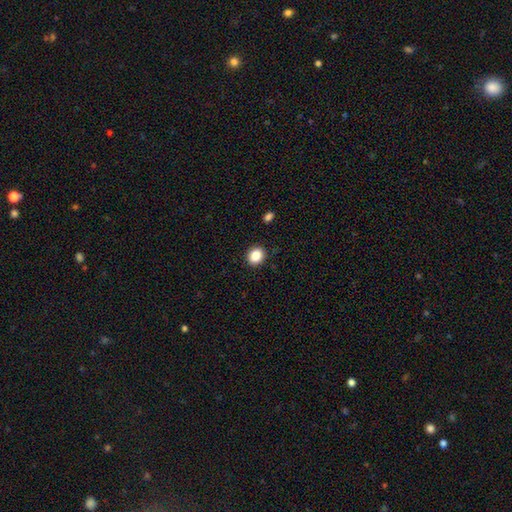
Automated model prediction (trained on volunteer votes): Smooth or featured: smooth — 86% (star or artifact — 10%)
How rounded: round — 71% (in between — 28%)
Merging: none — 90% (minor disturbance — 7%)